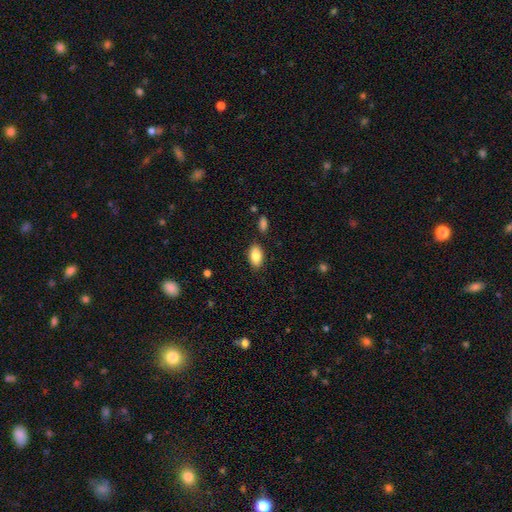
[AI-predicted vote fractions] Smooth or featured?
  - smooth: 86% *
  - star or artifact: 7%
  - featured or disk: 7%
How rounded?
  - in between: 92% *
  - round: 6%
  - cigar-shaped: 3%
Merging?
  - none: 83% *
  - minor disturbance: 11%
  - merger: 3%
  - major disturbance: 3%